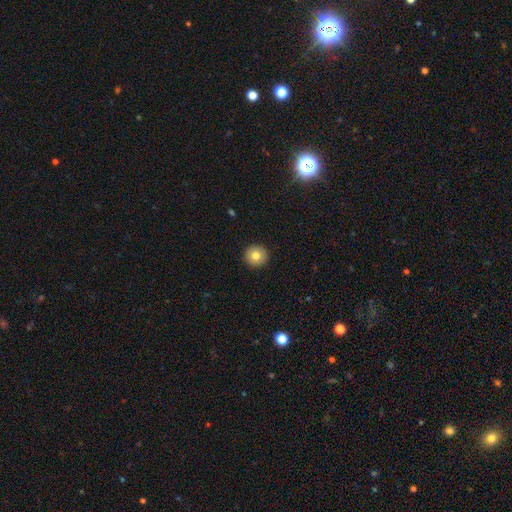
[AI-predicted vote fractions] Smooth or featured: smooth — 79% (featured or disk — 12%)
How rounded: round — 95% (in between — 4%)
Merging: none — 93% (minor disturbance — 5%)